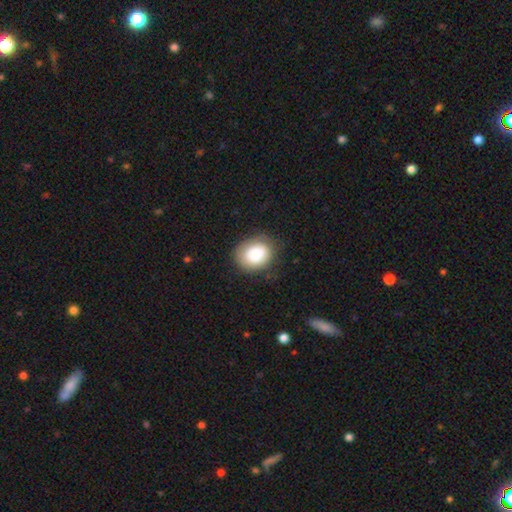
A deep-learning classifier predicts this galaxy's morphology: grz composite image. It shows a smooth galaxy with no disk features (85%) that is round (51%). Merging: none (77%).